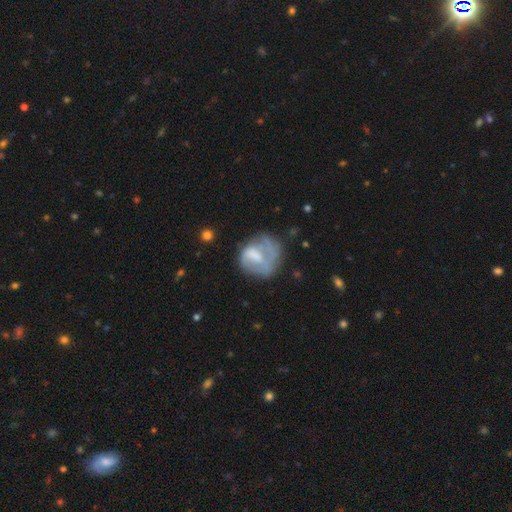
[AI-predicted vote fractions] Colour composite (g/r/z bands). It shows a featured or disk galaxy (46%). Merging: none (41%).